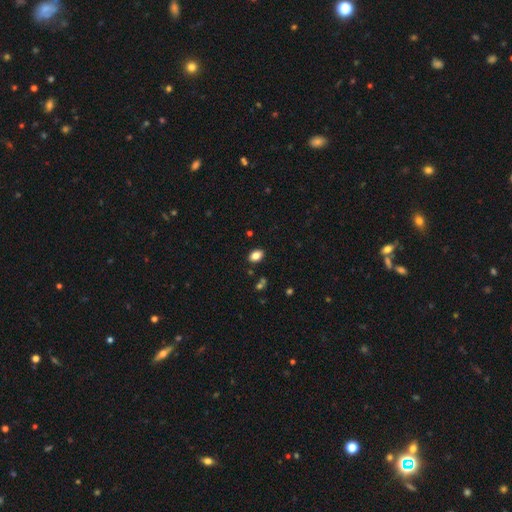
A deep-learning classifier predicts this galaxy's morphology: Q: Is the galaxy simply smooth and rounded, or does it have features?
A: smooth — 83%.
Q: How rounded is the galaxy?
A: in between — 81%.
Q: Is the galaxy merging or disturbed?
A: none — 87%.